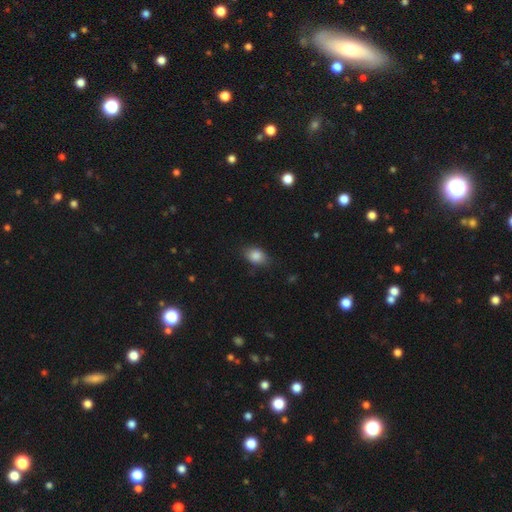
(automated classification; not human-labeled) The model was most divided on "merging": none: 76%, minor disturbance: 19%, major disturbance: 4%, merger: 1%. More confident: smooth or featured — smooth (85%); how rounded — in between (79%).